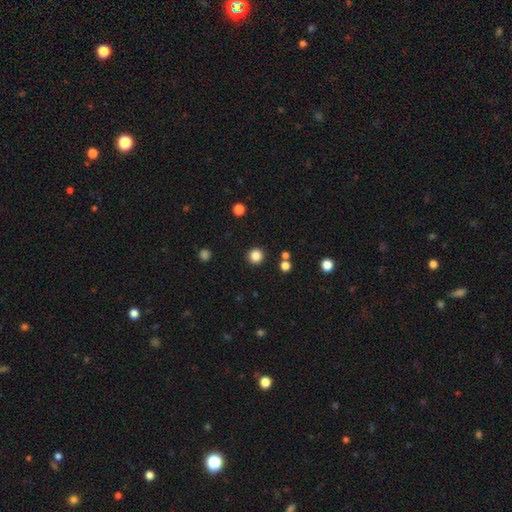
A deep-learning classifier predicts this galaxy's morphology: smooth-or-featured: smooth: 84% | star or artifact: 12% | featured or disk: 4%
  how-rounded: round: 95% | in between: 4% | cigar-shaped: 1%
  merging: none: 91% | minor disturbance: 5% | merger: 2% | major disturbance: 2%